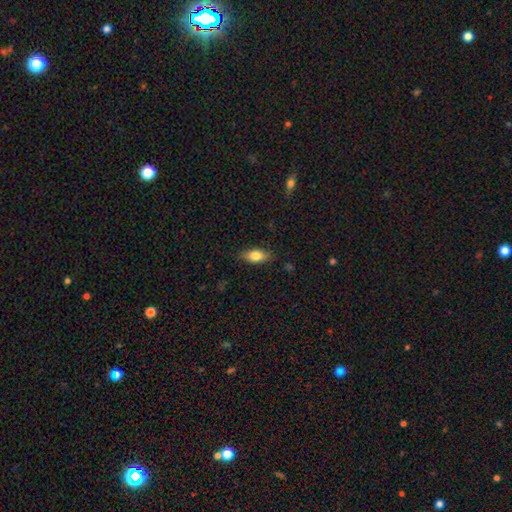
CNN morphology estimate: This is clearly a smooth galaxy (80%). How rounded: clearly in between (86%). Merging: clearly none (84%).